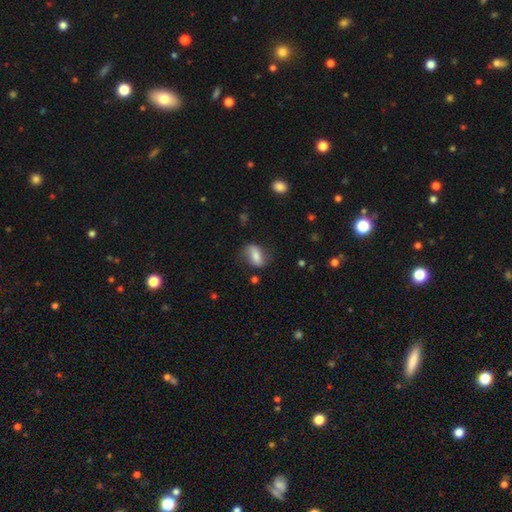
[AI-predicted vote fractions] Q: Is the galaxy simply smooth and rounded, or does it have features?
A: smooth — 69%.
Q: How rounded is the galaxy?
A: in between — 84%.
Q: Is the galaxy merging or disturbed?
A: none — 64%.